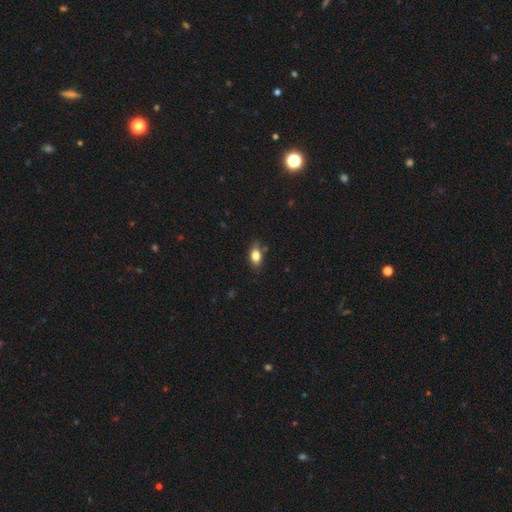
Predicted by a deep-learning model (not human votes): Morphology: type=smooth (81%); roundness=in between (82%); merging=none (74%).